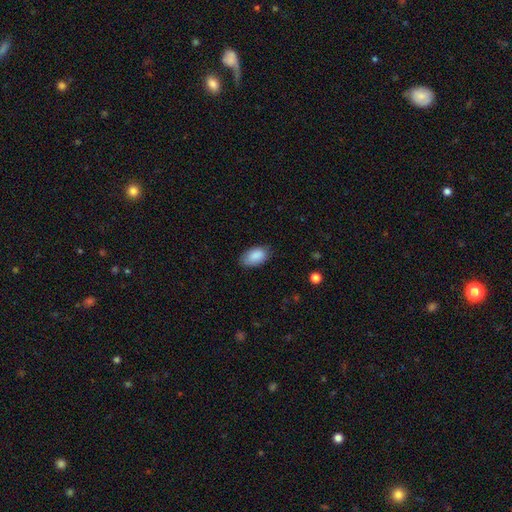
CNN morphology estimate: Smooth or featured? smooth (89%)
How rounded? in between (94%)
Merging? none (80%)